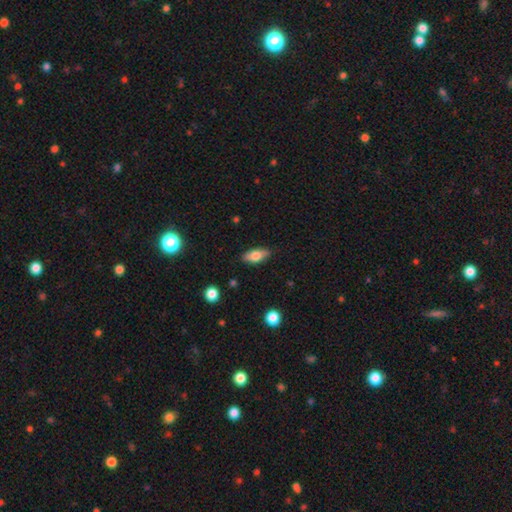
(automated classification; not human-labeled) smooth_or_featured: smooth (p=0.75) [alt: featured or disk p=0.18]
how_rounded: in between (p=0.86) [alt: cigar-shaped p=0.10]
merging: none (p=0.84) [alt: minor disturbance p=0.12]